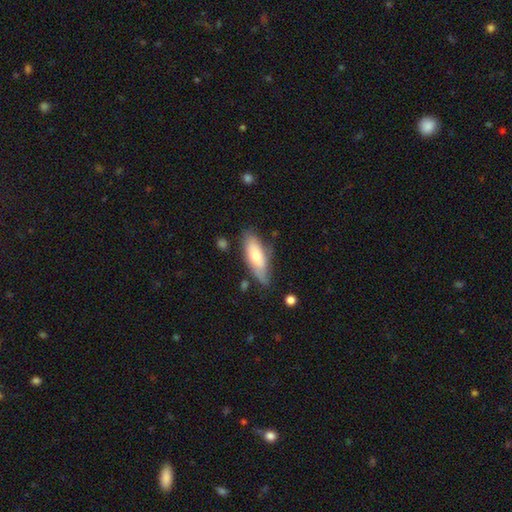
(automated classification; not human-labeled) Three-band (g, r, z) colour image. It shows a smooth galaxy with no disk features (60%) that is in between round and cigar-shaped (63%). Merging: none (67%).